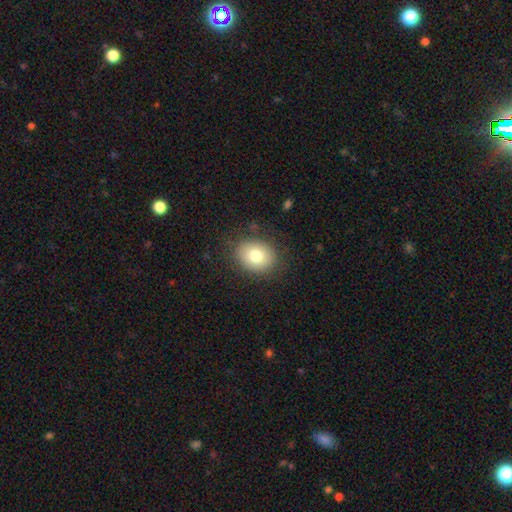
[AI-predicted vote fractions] Q: Smooth or featured?
A: smooth (77%); runner-up: featured or disk (12%)
Q: How rounded?
A: round (58%); runner-up: in between (41%)
Q: Merging?
A: none (85%); runner-up: minor disturbance (10%)